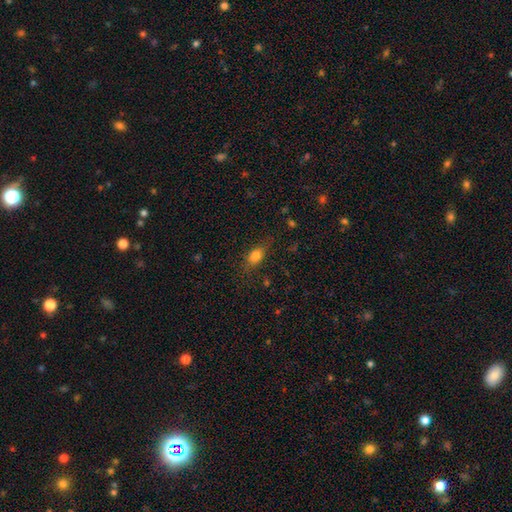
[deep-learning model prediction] This is likely a smooth galaxy (78%). How rounded: likely in between (76%). Merging: likely none (71%).